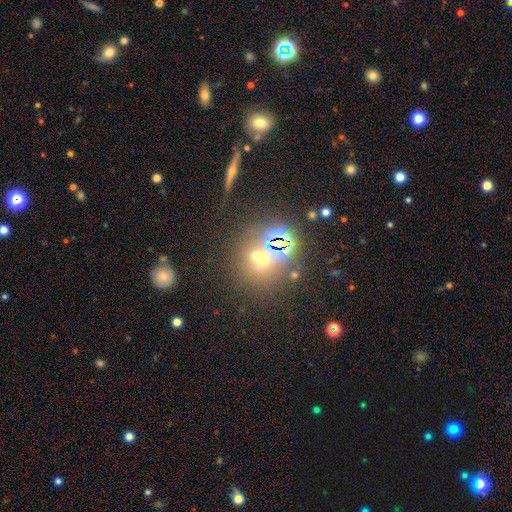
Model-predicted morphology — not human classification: Overall: star or artifact (44%; smooth 42%).